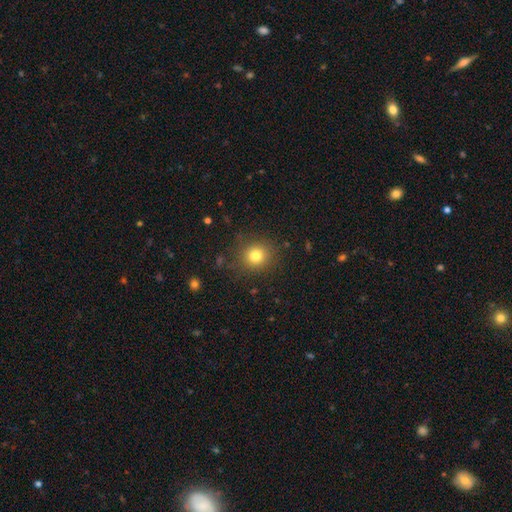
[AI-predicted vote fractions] This appears to be a smooth galaxy with no disk features (78%) that is round (87%). Merging: none (85%).